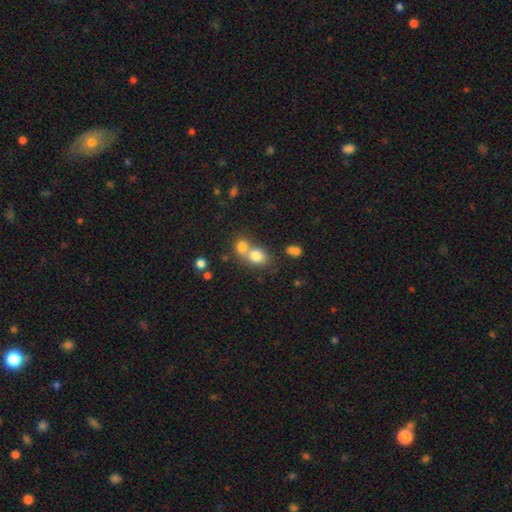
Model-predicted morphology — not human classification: Smooth or featured?
  - smooth: 78% *
  - star or artifact: 11%
  - featured or disk: 11%
How rounded?
  - round: 59% *
  - in between: 40%
  - cigar-shaped: 1%
Merging?
  - merger: 56% *
  - none: 34%
  - minor disturbance: 7%
  - major disturbance: 3%